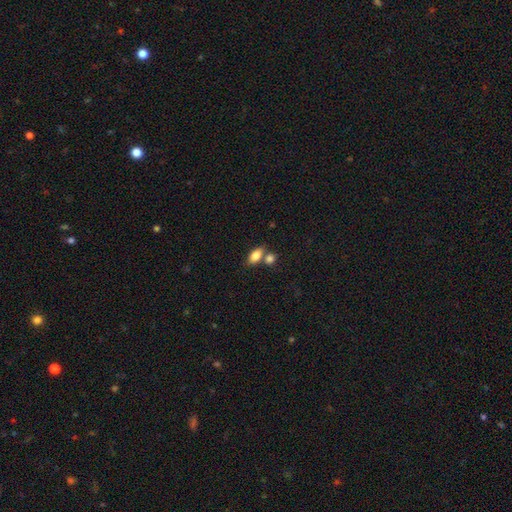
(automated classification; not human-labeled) This is clearly a smooth galaxy (83%). How rounded: clearly in between (88%). Merging: possibly none (54%).